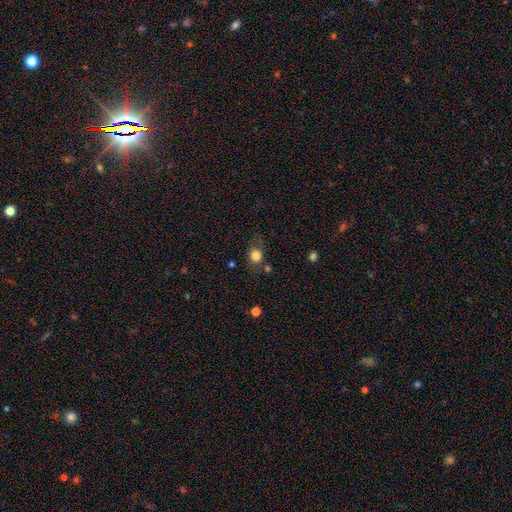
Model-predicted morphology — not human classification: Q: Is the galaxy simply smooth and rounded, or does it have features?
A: smooth — 80%.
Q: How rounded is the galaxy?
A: round — 72%.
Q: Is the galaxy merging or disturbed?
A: none — 63%.